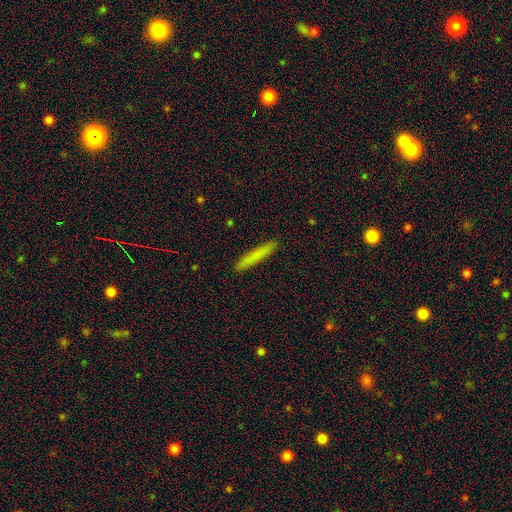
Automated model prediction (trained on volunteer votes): This is likely a smooth galaxy (78%). How rounded: clearly cigar-shaped (95%). Merging: clearly none (91%).